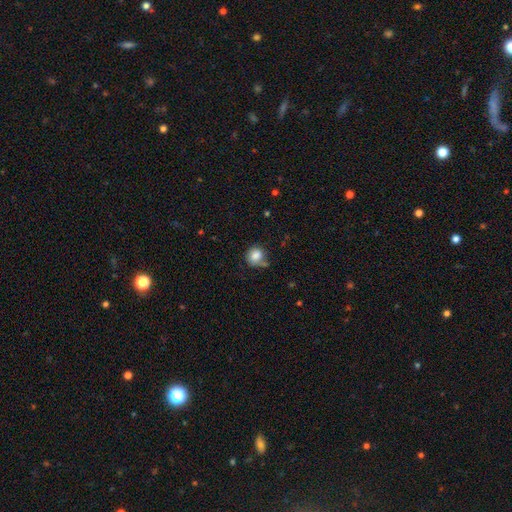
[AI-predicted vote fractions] A smooth galaxy with no disk features (82%) that is round (78%).

Vote fractions:
- Smooth or featured? smooth: 82% / star or artifact: 9% / featured or disk: 9%
- How rounded? round: 78% / in between: 21% / cigar-shaped: 1%
- Merging? none: 56% / minor disturbance: 25% / merger: 10% / major disturbance: 9%